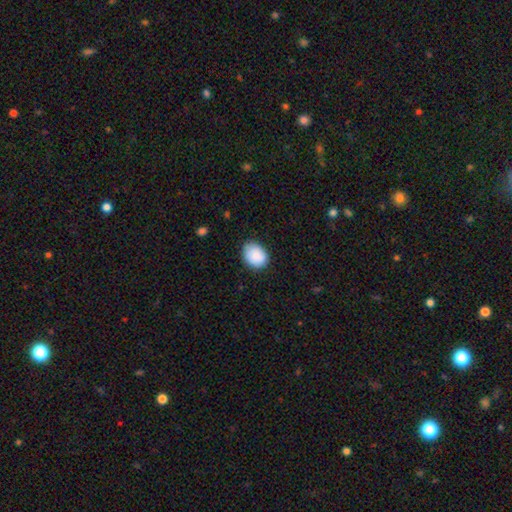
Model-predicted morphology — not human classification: Overall: smooth (89%). How rounded: in between (53%; round 46%). Merging: none (77%).